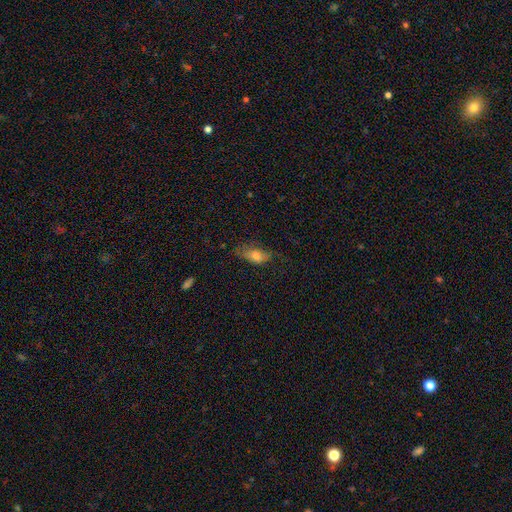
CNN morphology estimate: The model was most divided on "merging": none: 52%, minor disturbance: 29%, major disturbance: 18%, merger: 2%. More confident: how rounded — in between (78%); smooth or featured — smooth (67%).